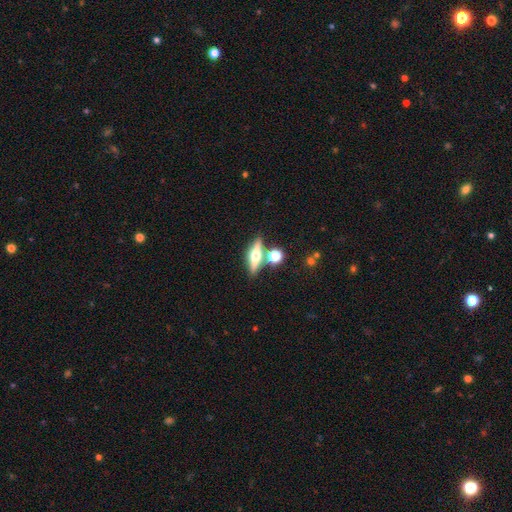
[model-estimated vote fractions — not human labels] A featured or disk galaxy (61%) viewed edge-on (92%) with a rounded central bulge (95%). Merging: none (75%).